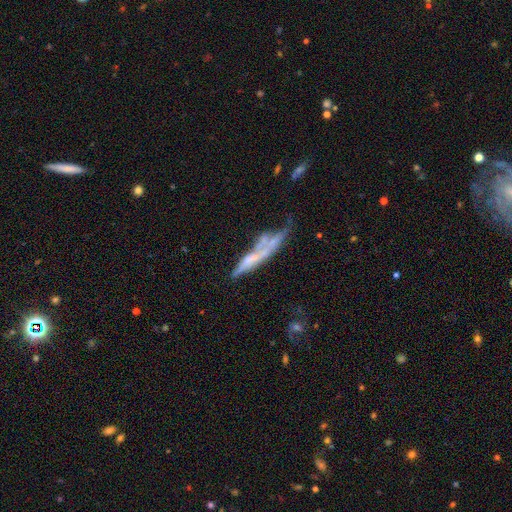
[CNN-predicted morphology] Smooth or featured: featured or disk — 55% (smooth — 34%)
Edge-on disk: no — 50% (tied with yes — 50%)
Merging: none — 30% (merger — 28%)